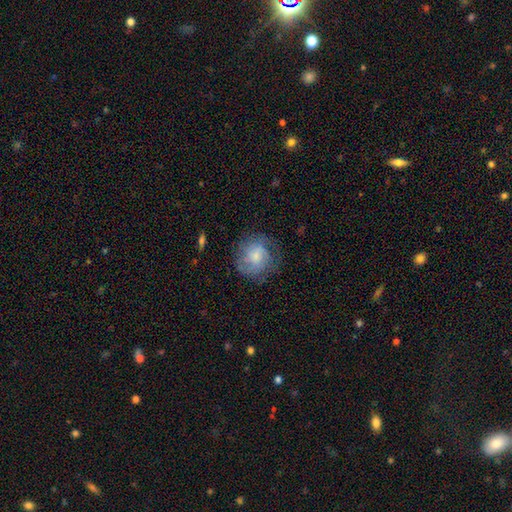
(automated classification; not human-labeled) The model was most divided on "smooth or featured": featured or disk: 47%, smooth: 44%, star or artifact: 9%. More confident: merging — none (66%).